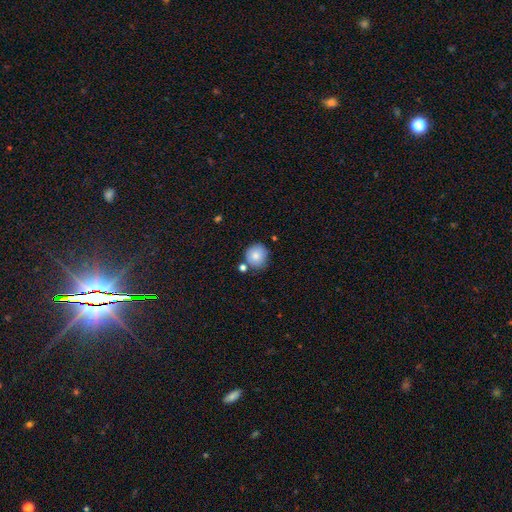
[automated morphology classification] Smooth or featured? Predicted: smooth (p=0.82). How rounded? Predicted: round (p=0.91). Merging? Predicted: none (p=0.73).